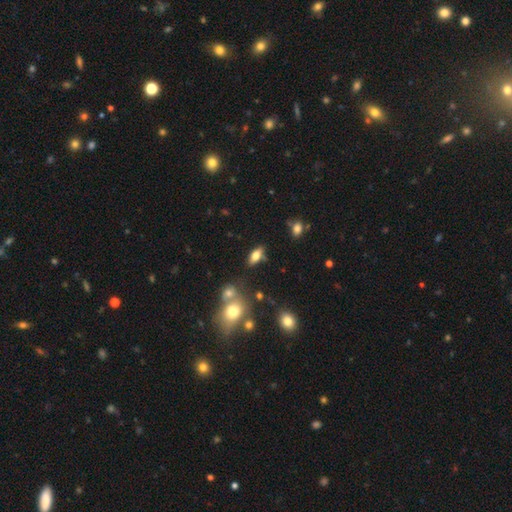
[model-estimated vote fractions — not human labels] Smooth or featured: smooth — 66% (featured or disk — 24%)
How rounded: in between — 80% (cigar-shaped — 15%)
Merging: none — 77% (minor disturbance — 13%)